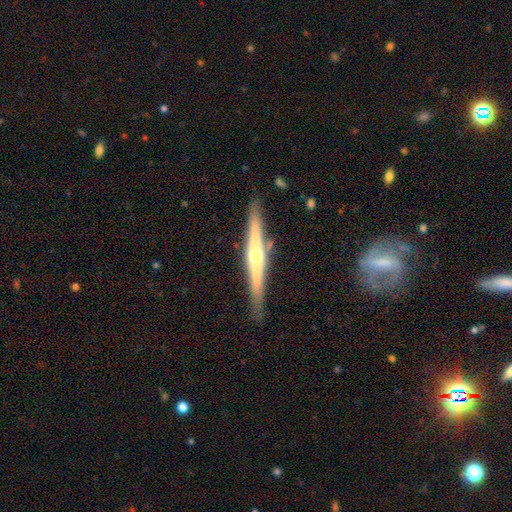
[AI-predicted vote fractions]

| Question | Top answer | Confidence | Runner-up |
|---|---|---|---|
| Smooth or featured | featured or disk | 73% | smooth (21%) |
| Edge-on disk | yes | 97% | no (3%) |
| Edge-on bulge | rounded | 84% | none (8%) |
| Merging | none | 86% | minor disturbance (9%) |